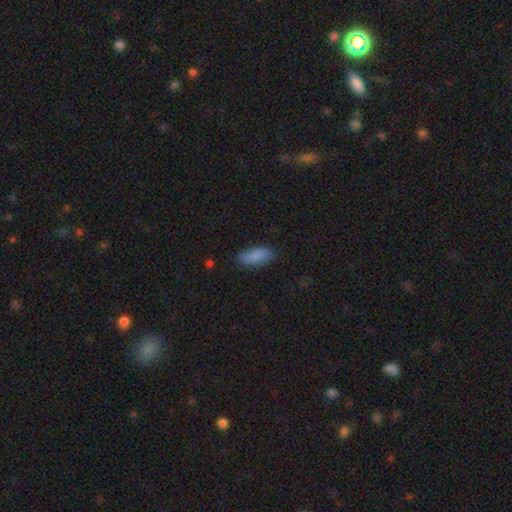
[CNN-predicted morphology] Smooth or featured?
  - smooth: 87% *
  - star or artifact: 7%
  - featured or disk: 6%
How rounded?
  - in between: 81% *
  - cigar-shaped: 17%
  - round: 2%
Merging?
  - none: 82% *
  - minor disturbance: 14%
  - major disturbance: 3%
  - merger: 1%